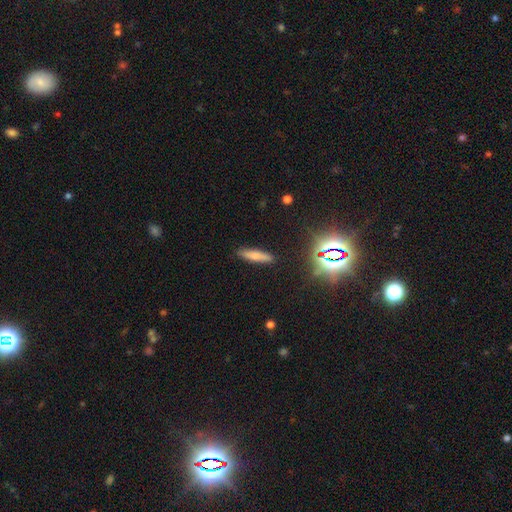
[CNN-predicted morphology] This appears to be a smooth galaxy with no disk features (70%) that is cigar-shaped (82%). Merging: none (88%).